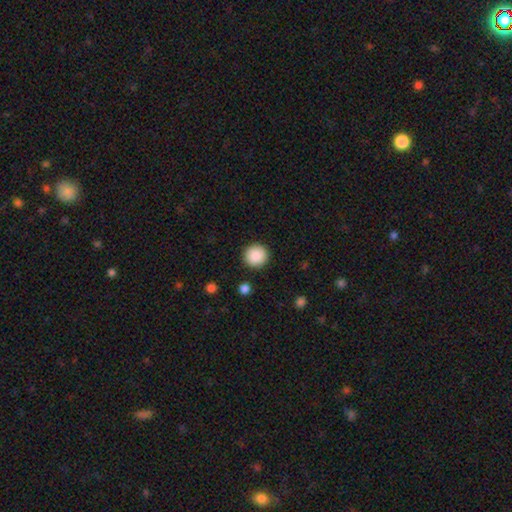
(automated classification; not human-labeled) A smooth galaxy with no disk features (89%) that is round (94%). Merging: none (92%).